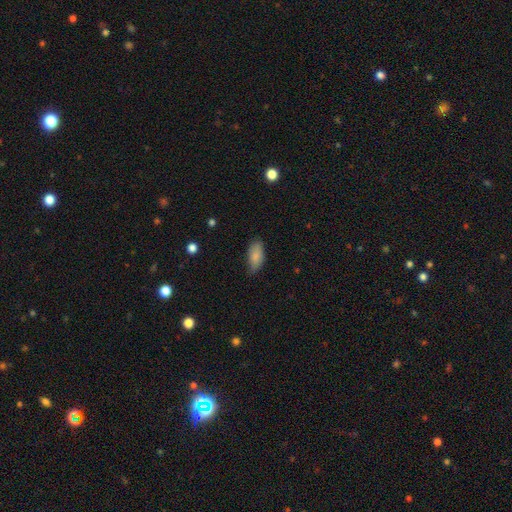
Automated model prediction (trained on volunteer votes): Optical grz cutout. It shows a smooth galaxy with no disk features (84%) that is in between round and cigar-shaped (89%). Merging: none (68%).